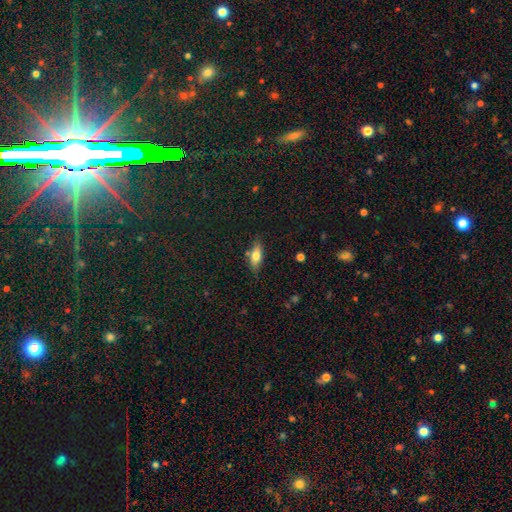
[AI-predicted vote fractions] Q: Smooth or featured?
A: smooth (65%); runner-up: featured or disk (26%)
Q: How rounded?
A: in between (68%); runner-up: cigar-shaped (28%)
Q: Merging?
A: none (76%); runner-up: minor disturbance (16%)